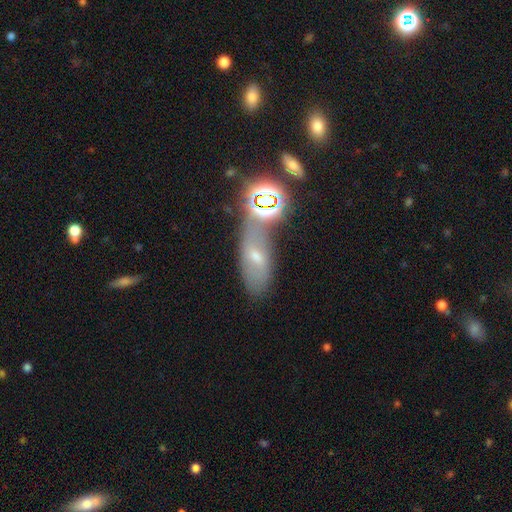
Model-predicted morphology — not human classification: Smooth or featured? Predicted: smooth (p=0.38). Merging? Predicted: none (p=0.54).